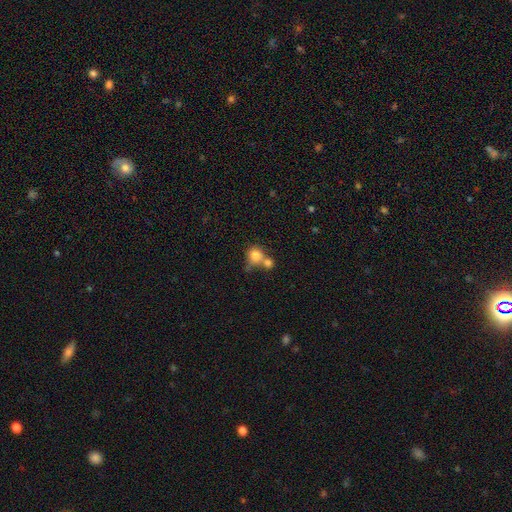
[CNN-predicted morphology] Smooth or featured? smooth (81%)
How rounded? round (77%)
Merging? merger (48%)